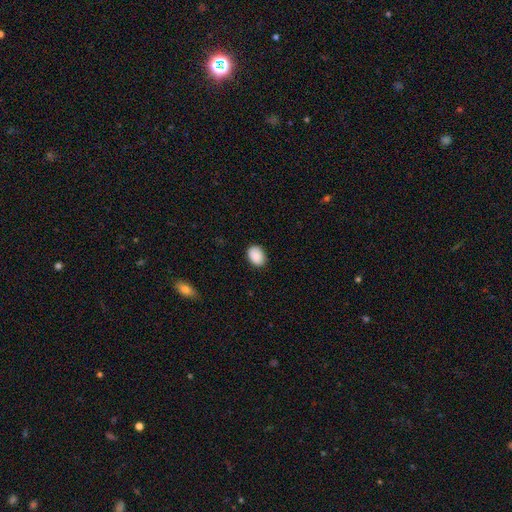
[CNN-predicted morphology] The model was most divided on "how rounded": in between: 76%, round: 23%, cigar-shaped: 1%. More confident: smooth or featured — smooth (90%); merging — none (86%).